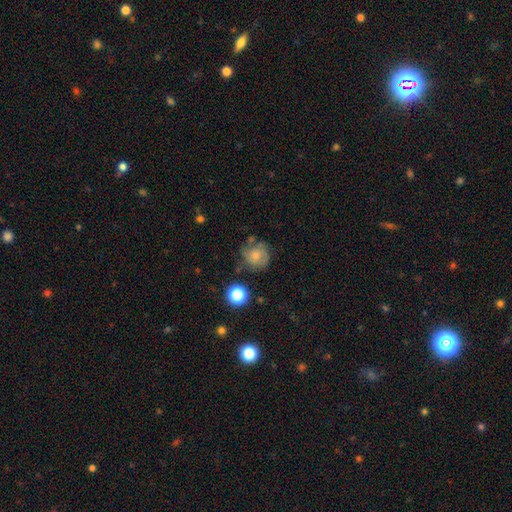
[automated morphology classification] smooth_or_featured: smooth (p=0.56) [alt: featured or disk p=0.33]
how_rounded: round (p=0.86) [alt: in between p=0.13]
merging: none (p=0.59) [alt: minor disturbance p=0.24]